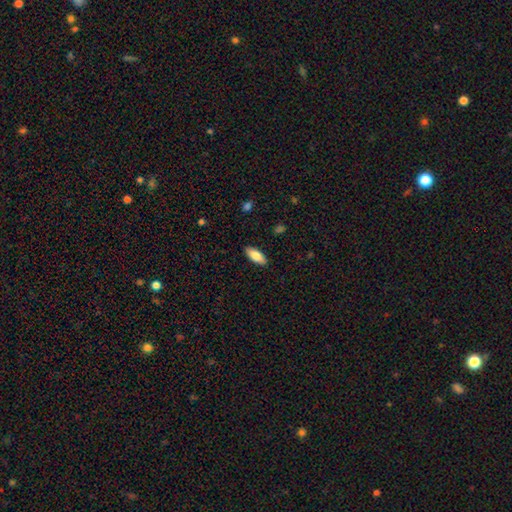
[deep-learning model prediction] The model was most divided on "how rounded": in between: 82%, cigar-shaped: 16%, round: 2%. More confident: merging — none (89%); smooth or featured — smooth (83%).